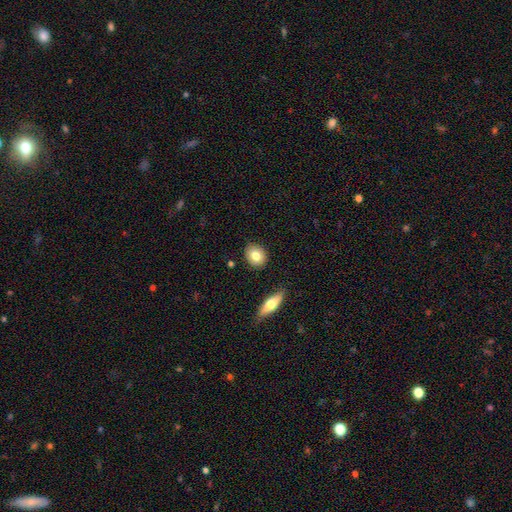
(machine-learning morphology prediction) Overall: smooth (80%). How rounded: round (61%; in between 37%). Merging: none (86%).